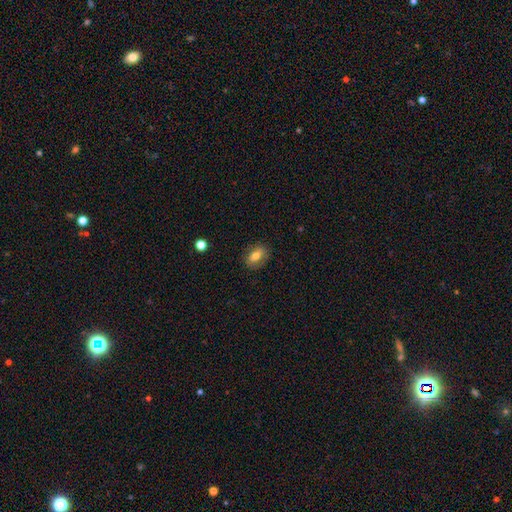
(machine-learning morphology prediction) This appears to be a smooth galaxy with no disk features (67%) that is in between round and cigar-shaped (78%). Merging: none (82%).